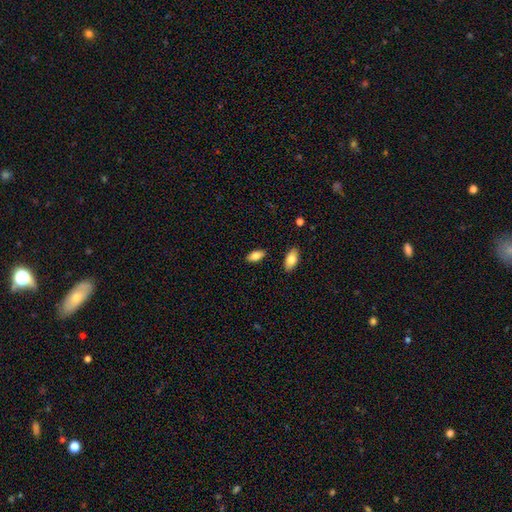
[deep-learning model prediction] The model was most divided on "smooth or featured": smooth: 80%, featured or disk: 13%, star or artifact: 7%. More confident: how rounded — in between (89%); merging — none (86%).